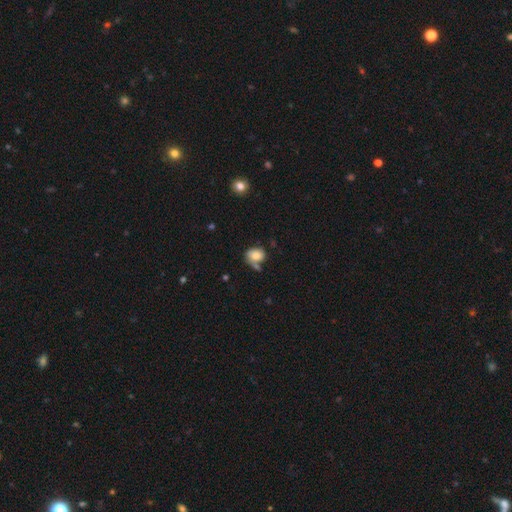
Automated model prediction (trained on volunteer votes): Smooth or featured? smooth (75%)
How rounded? in between (54%)
Merging? none (46%)